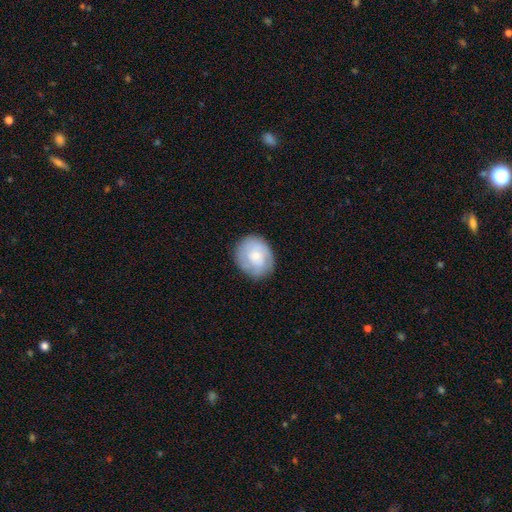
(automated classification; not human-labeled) Q: Smooth or featured?
A: smooth (56%); runner-up: featured or disk (38%)
Q: How rounded?
A: round (70%); runner-up: in between (29%)
Q: Merging?
A: none (81%); runner-up: minor disturbance (14%)